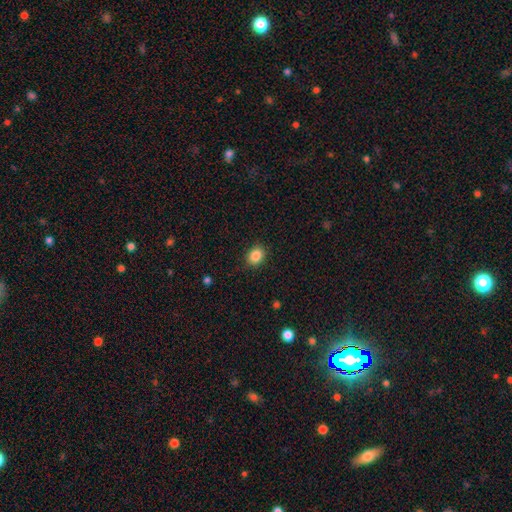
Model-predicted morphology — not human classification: This appears to be a smooth galaxy with no disk features (87%) that is round (50%). Merging: none (87%).